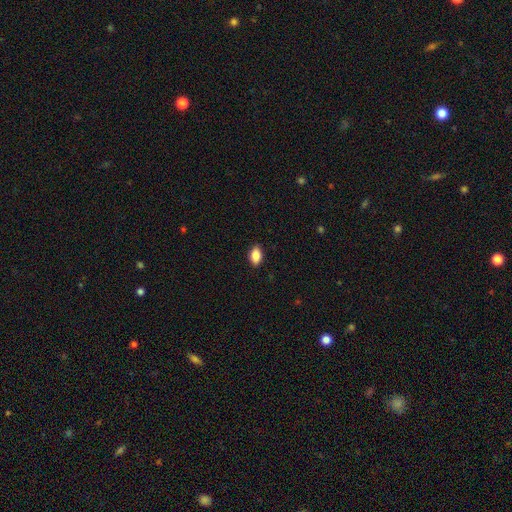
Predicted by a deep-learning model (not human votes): smooth-or-featured: smooth: 87% | star or artifact: 8% | featured or disk: 5%
  how-rounded: in between: 90% | round: 7% | cigar-shaped: 3%
  merging: none: 88% | minor disturbance: 9% | major disturbance: 2% | merger: 1%